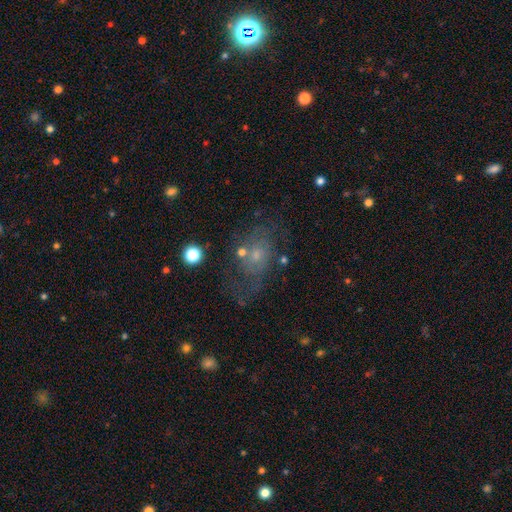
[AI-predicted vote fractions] A featured or disk galaxy (50%). Merging: none (51%).